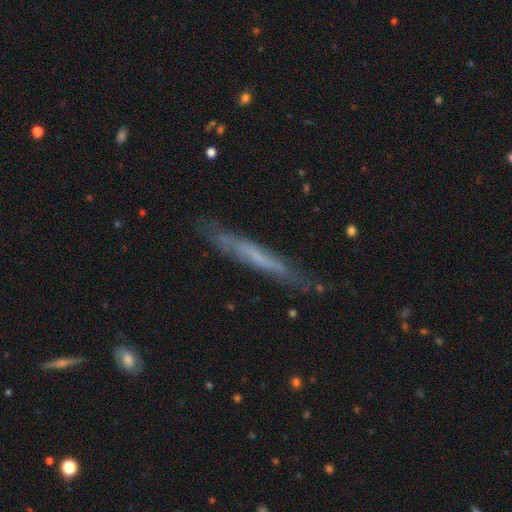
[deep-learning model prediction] Smooth or featured? Predicted: featured or disk (p=0.51). Edge-on disk? Predicted: yes (p=0.87). Merging? Predicted: none (p=0.76).